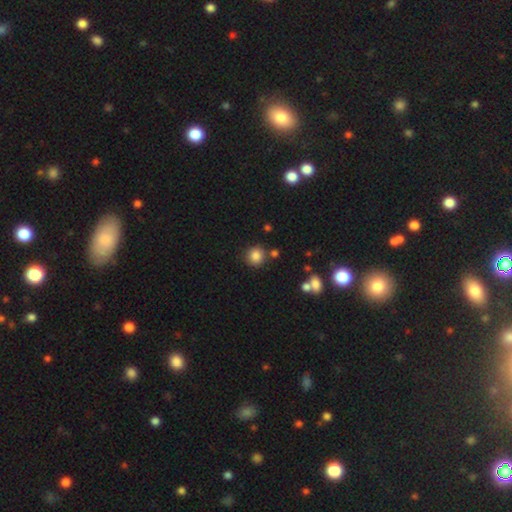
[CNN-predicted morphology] This appears to be a smooth galaxy with no disk features (84%) that is round (90%). Merging: none (82%).